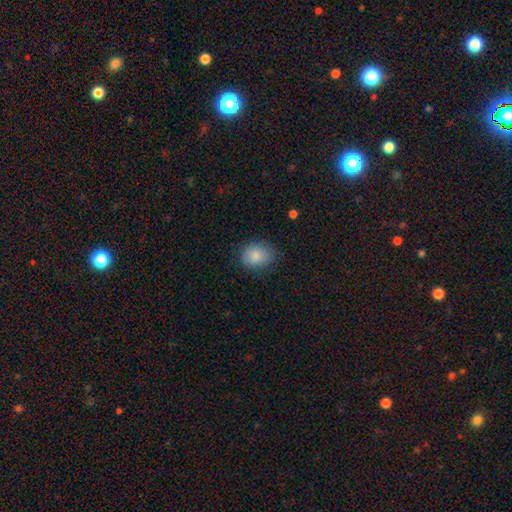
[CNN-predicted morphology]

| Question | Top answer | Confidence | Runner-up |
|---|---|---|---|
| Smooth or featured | smooth | 86% | star or artifact (8%) |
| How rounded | in between | 56% | round (44%) |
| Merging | none | 77% | minor disturbance (18%) |